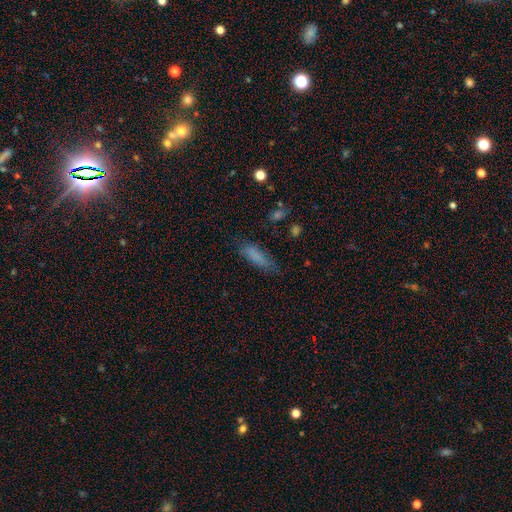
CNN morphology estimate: A smooth galaxy with no disk features (77%) that is cigar-shaped (52%).

Vote fractions:
- Smooth or featured? smooth: 77% / featured or disk: 13% / star or artifact: 10%
- How rounded? cigar-shaped: 52% / in between: 45% / round: 2%
- Merging? none: 68% / minor disturbance: 22% / major disturbance: 8% / merger: 2%